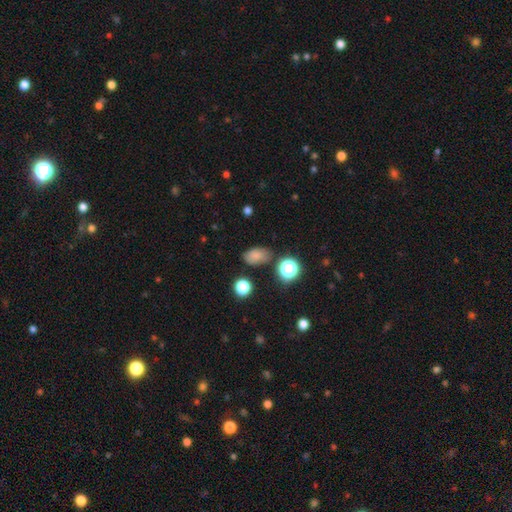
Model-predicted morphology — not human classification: type=smooth (75%); roundness=in between (83%); merging=none (74%).